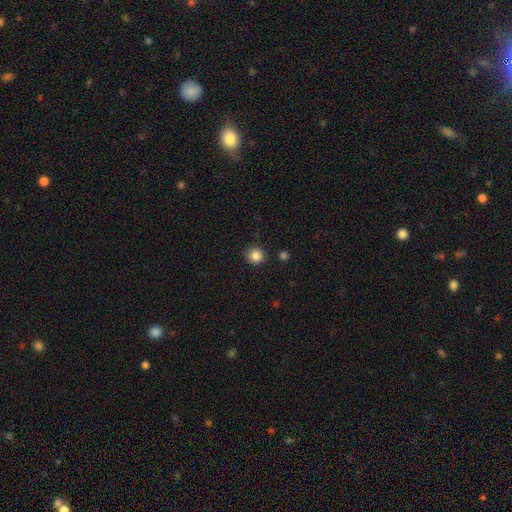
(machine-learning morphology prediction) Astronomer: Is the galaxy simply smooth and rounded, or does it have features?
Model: smooth — 86%.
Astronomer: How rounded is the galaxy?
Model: round — 93%.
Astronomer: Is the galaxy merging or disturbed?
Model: none — 90%.